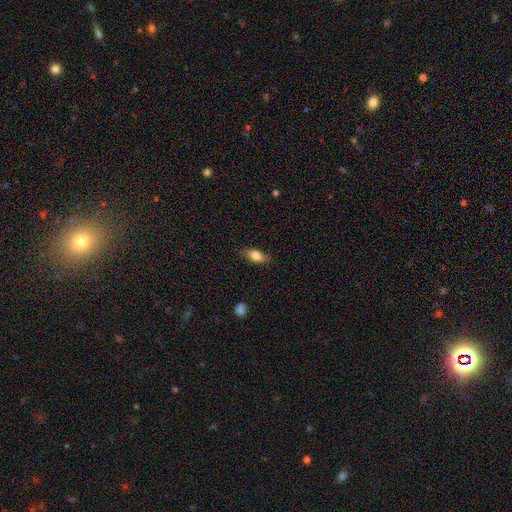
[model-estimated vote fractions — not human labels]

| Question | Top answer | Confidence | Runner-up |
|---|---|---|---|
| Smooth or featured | smooth | 75% | featured or disk (18%) |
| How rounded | in between | 80% | cigar-shaped (15%) |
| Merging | none | 81% | minor disturbance (15%) |